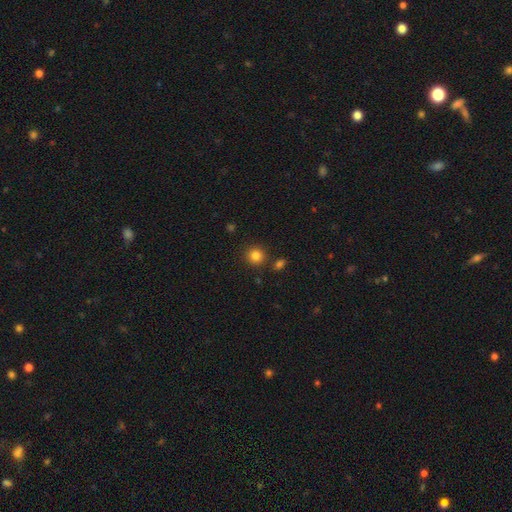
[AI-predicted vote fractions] Overall: smooth (84%). How rounded: round (91%). Merging: none (85%).